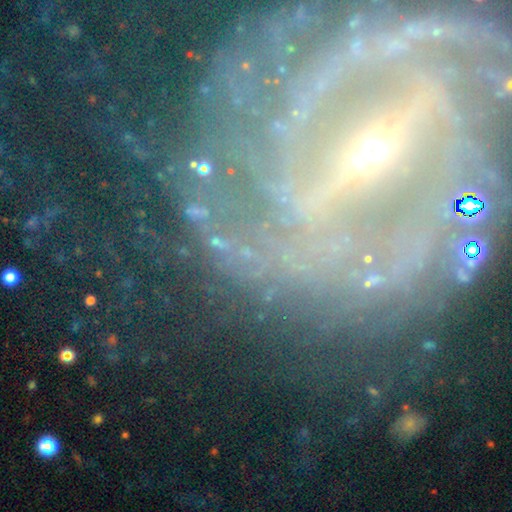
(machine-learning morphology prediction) The model was most divided on "smooth or featured": featured or disk: 46%, star or artifact: 40%, smooth: 14%. More confident: merging — none (63%).